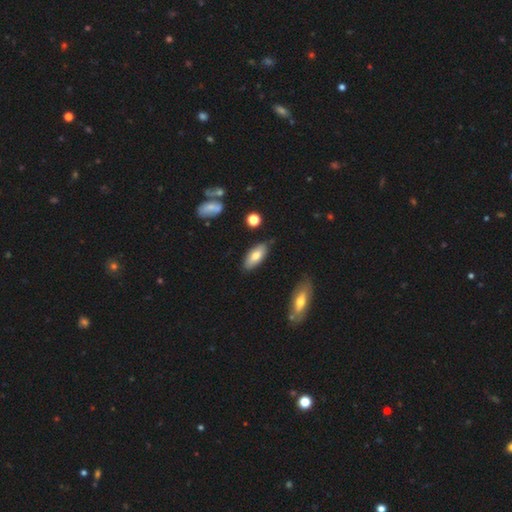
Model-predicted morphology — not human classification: Smooth or featured? Predicted: smooth (p=0.72). How rounded? Predicted: in between (p=0.83). Merging? Predicted: none (p=0.80).